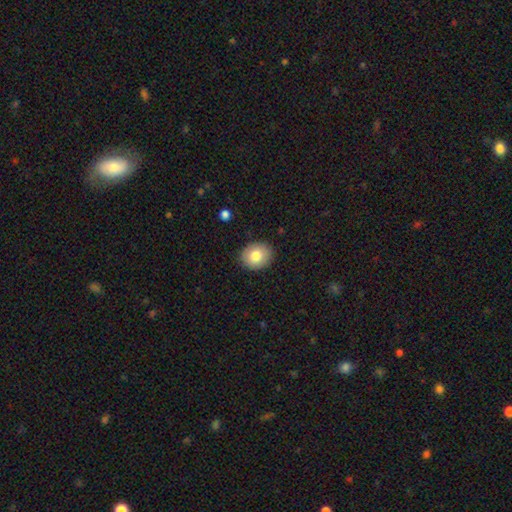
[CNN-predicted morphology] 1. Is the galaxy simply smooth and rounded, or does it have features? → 79% smooth, 12% featured or disk, 8% star or artifact.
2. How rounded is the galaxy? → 58% round, 41% in between, 1% cigar-shaped.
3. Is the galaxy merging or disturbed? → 89% none, 8% minor disturbance, 2% major disturbance, 1% merger.